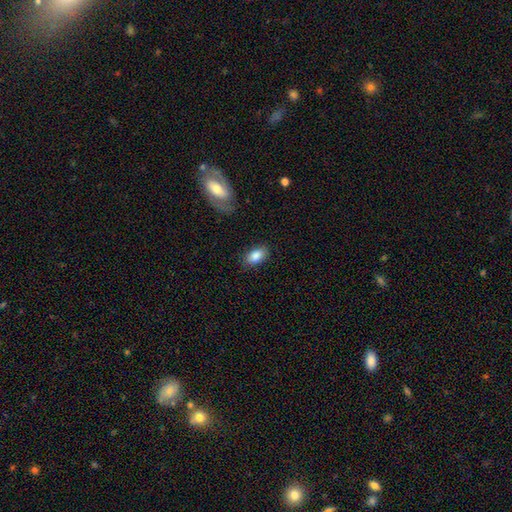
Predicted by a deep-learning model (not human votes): This is clearly a smooth galaxy (86%). How rounded: clearly in between (92%). Merging: clearly none (84%).